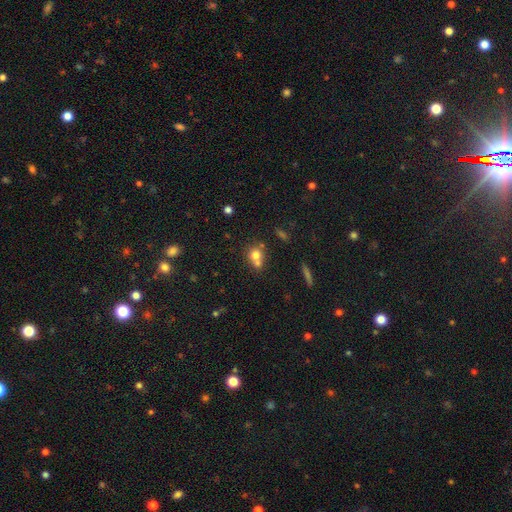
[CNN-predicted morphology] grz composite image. It shows a smooth galaxy with no disk features (71%) that is round (76%). Merging: merger (50%).